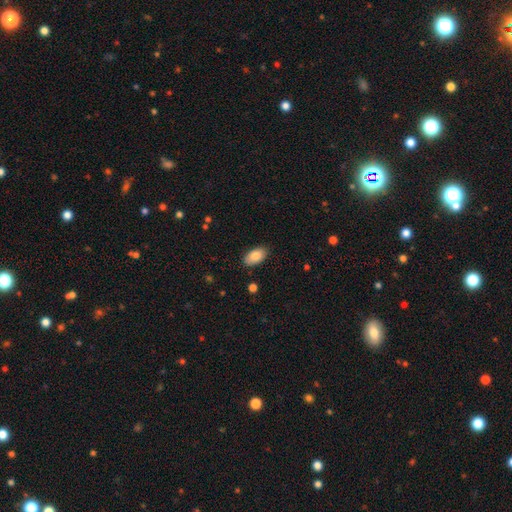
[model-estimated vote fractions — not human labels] Smooth or featured: smooth — 84% (featured or disk — 10%)
How rounded: in between — 94% (round — 4%)
Merging: none — 87% (minor disturbance — 10%)